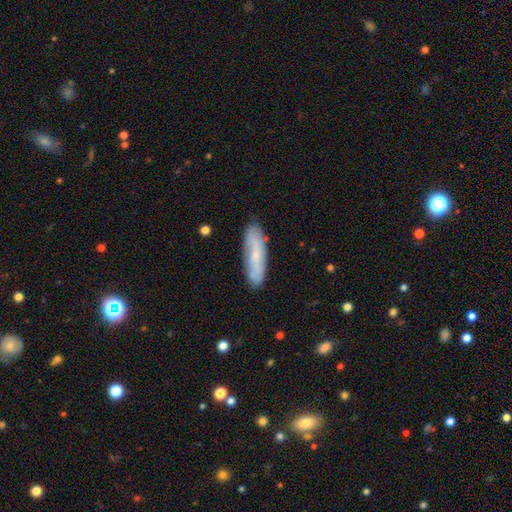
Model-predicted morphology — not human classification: Smooth or featured?
  - smooth: 58% *
  - featured or disk: 35%
  - star or artifact: 7%
How rounded?
  - cigar-shaped: 65% *
  - in between: 33%
  - round: 2%
Merging?
  - none: 84% *
  - minor disturbance: 12%
  - major disturbance: 2%
  - merger: 1%